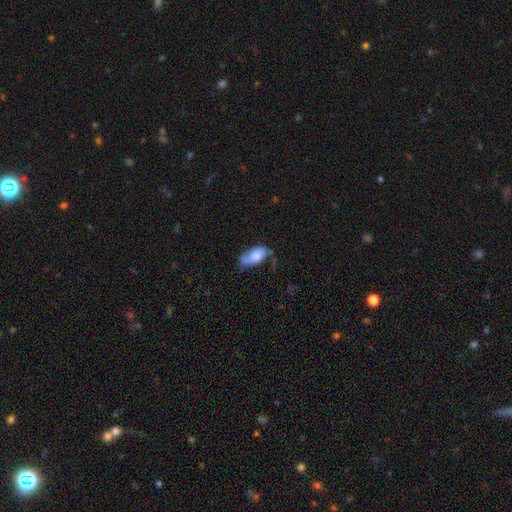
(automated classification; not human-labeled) Morphology: type=smooth (65%); roundness=in between (91%); merging=none (43%).